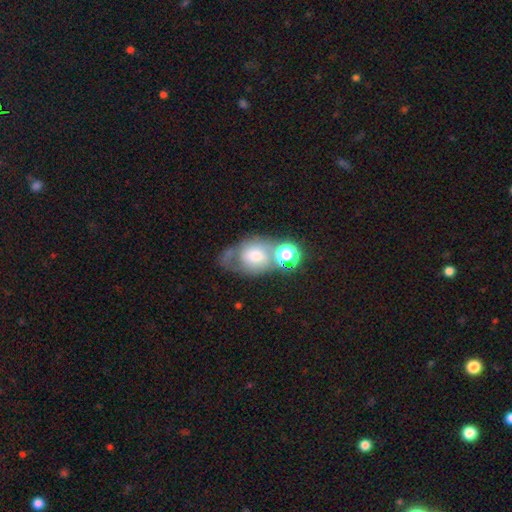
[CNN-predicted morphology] smooth 48%, featured or disk 36%, star or artifact 16%. Down the decision tree: merging — none (32%).